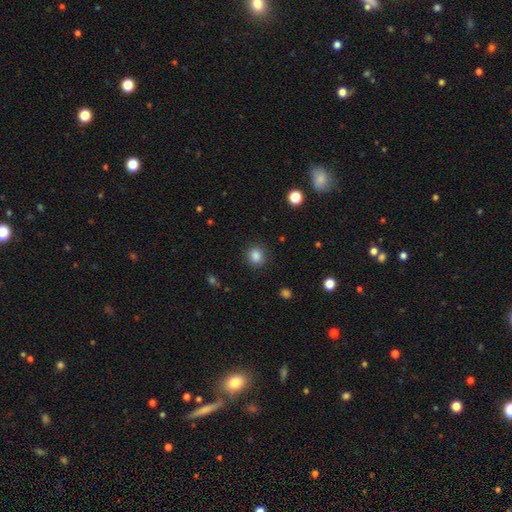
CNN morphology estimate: The model was most divided on "how rounded": round: 70%, in between: 29%, cigar-shaped: 1%. More confident: merging — none (88%); smooth or featured — smooth (85%).